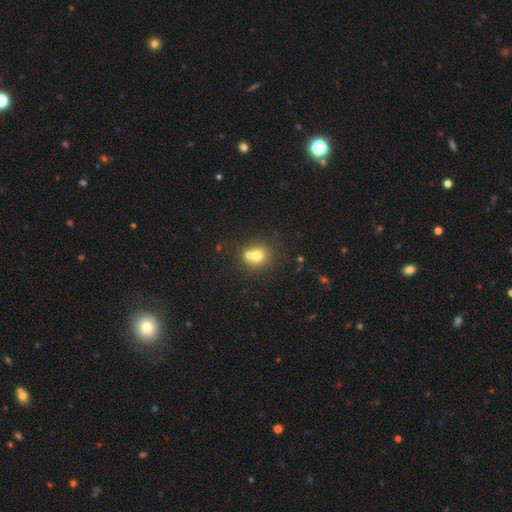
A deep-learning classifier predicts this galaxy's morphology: Smooth or featured? Predicted: smooth (p=0.71). How rounded? Predicted: round (p=0.80). Merging? Predicted: merger (p=0.49).